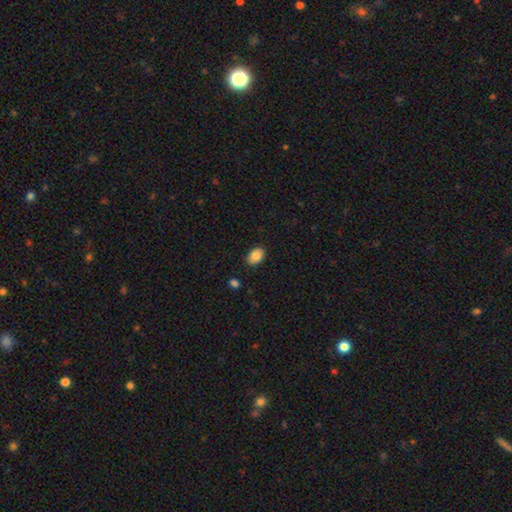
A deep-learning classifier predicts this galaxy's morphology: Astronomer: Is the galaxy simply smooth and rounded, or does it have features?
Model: smooth — 86%.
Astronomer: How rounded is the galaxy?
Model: in between — 83%.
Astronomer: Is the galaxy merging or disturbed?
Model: none — 87%.